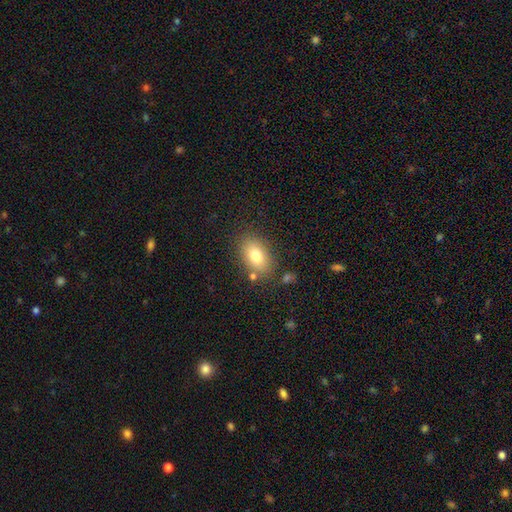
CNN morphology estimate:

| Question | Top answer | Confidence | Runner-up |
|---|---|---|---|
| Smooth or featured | smooth | 78% | featured or disk (13%) |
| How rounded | in between | 85% | round (13%) |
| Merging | none | 79% | minor disturbance (12%) |